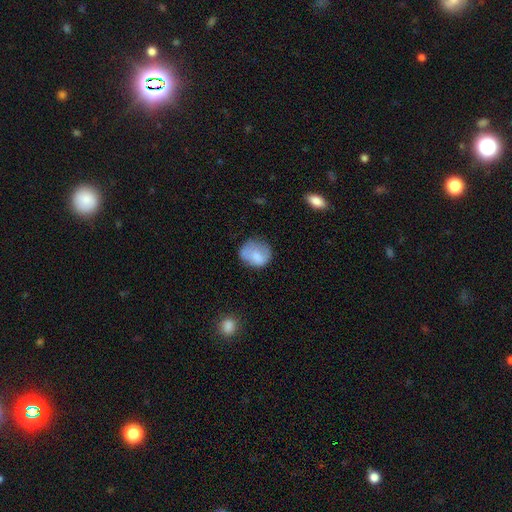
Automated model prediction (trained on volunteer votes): This appears to be a smooth galaxy with no disk features (74%) that is round (66%). Merging: none (59%).